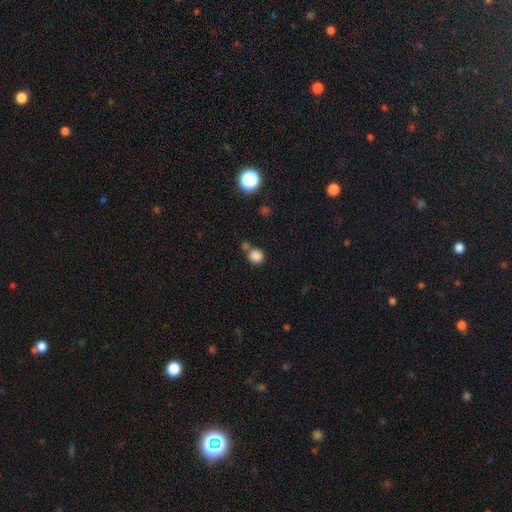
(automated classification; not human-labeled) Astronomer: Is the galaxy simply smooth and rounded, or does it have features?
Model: smooth — 84%.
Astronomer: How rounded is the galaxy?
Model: round — 92%.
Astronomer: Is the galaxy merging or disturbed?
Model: none — 62%.